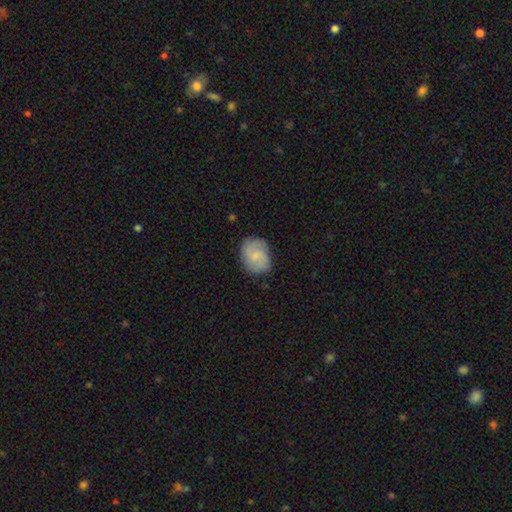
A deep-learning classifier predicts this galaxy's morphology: This appears to be a smooth galaxy with no disk features (54%) that is in between round and cigar-shaped (59%). Merging: none (74%).